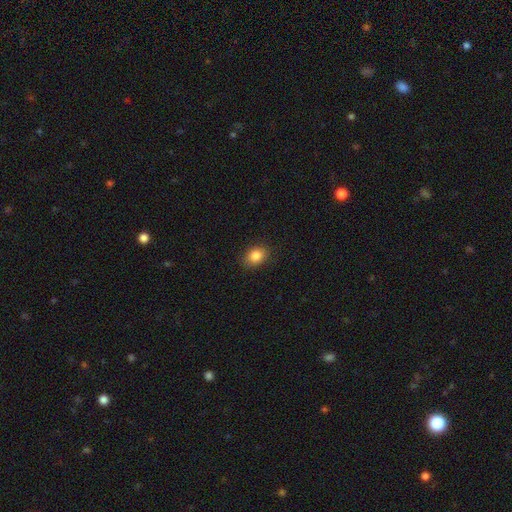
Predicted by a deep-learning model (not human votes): A smooth galaxy with no disk features (85%) that is in between round and cigar-shaped (65%).

Vote fractions:
- Smooth or featured? smooth: 85% / star or artifact: 9% / featured or disk: 6%
- How rounded? in between: 65% / round: 33% / cigar-shaped: 1%
- Merging? none: 86% / minor disturbance: 11% / major disturbance: 3% / merger: 1%